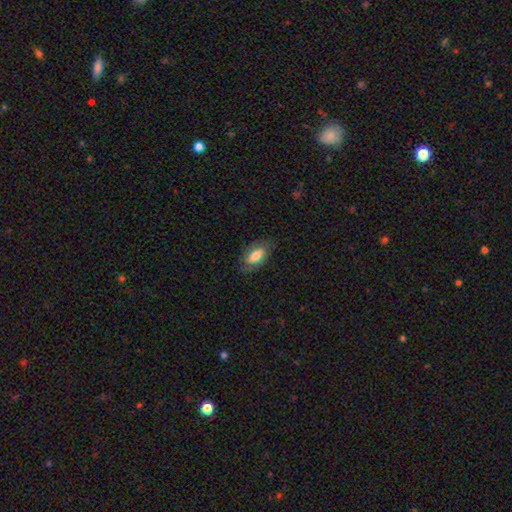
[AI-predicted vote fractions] Smooth or featured?
  - smooth: 65% *
  - featured or disk: 28%
  - star or artifact: 7%
How rounded?
  - in between: 90% *
  - cigar-shaped: 6%
  - round: 4%
Merging?
  - none: 78% *
  - minor disturbance: 16%
  - major disturbance: 5%
  - merger: 1%